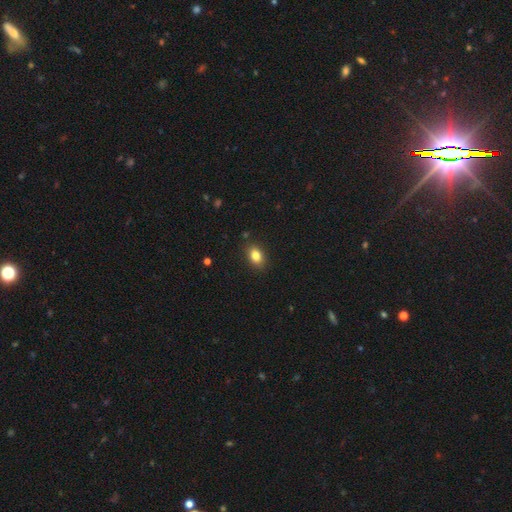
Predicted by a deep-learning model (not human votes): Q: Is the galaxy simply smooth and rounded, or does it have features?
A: smooth — 84%.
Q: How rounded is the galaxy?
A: in between — 82%.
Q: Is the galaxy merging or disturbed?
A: none — 87%.